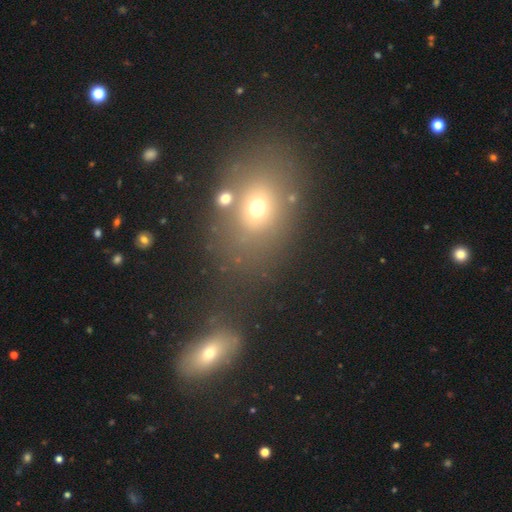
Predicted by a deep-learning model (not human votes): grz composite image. It shows a smooth galaxy with no disk features (57%) that is in between round and cigar-shaped (68%). Merging: none (61%).